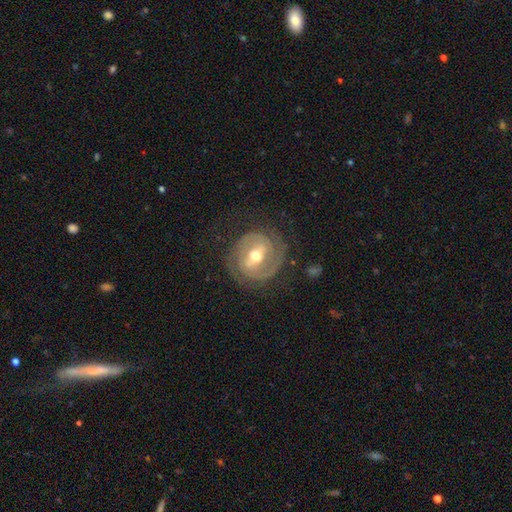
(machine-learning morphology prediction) featured or disk 85%, smooth 10%, star or artifact 5%. Down the decision tree: edge-on disk — no (97%); bar — weak (43%); spiral arms — yes (92%); spiral arm count — 2 (75%); spiral winding — tight (60%); bulge size — moderate (71%); merging — none (75%).